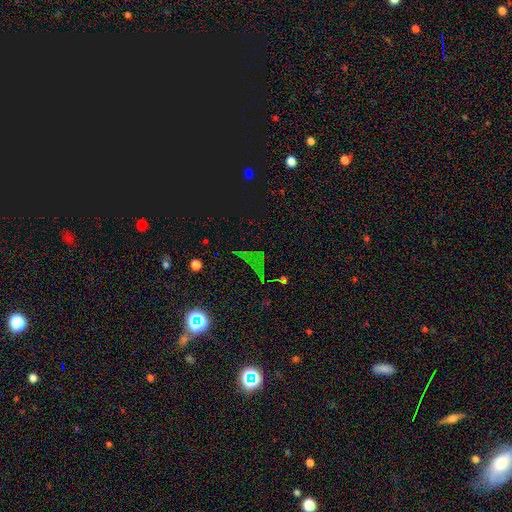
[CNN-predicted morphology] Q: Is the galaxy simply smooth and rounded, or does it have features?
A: star or artifact — 70%.